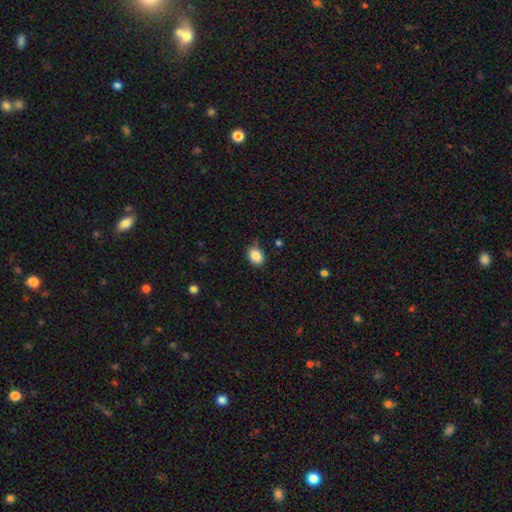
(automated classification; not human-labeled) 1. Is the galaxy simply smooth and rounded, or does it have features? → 87% smooth, 9% star or artifact, 4% featured or disk.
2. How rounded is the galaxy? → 70% in between, 29% round, 1% cigar-shaped.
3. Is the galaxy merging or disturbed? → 79% none, 16% minor disturbance, 3% major disturbance, 2% merger.